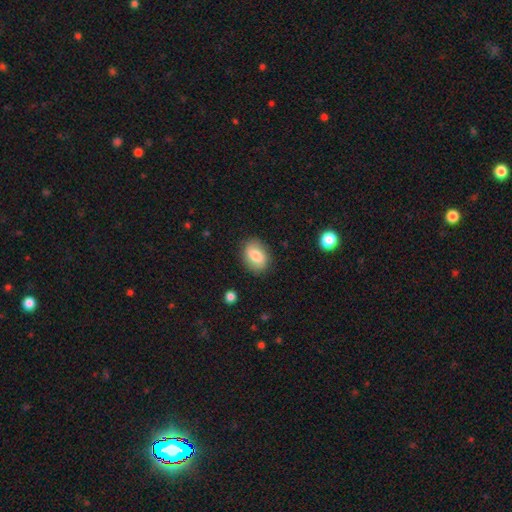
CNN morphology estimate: A smooth galaxy with no disk features (79%) that is in between round and cigar-shaped (76%). Merging: none (84%).